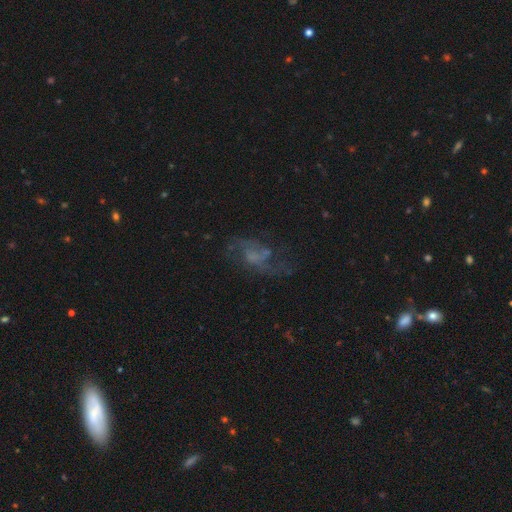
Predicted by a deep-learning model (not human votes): Morphology: type=featured or disk (66%); edge-on=no (96%); bar=no (59%); spiral arms=yes (76%); bulge=none (45%); merging=none (50%).